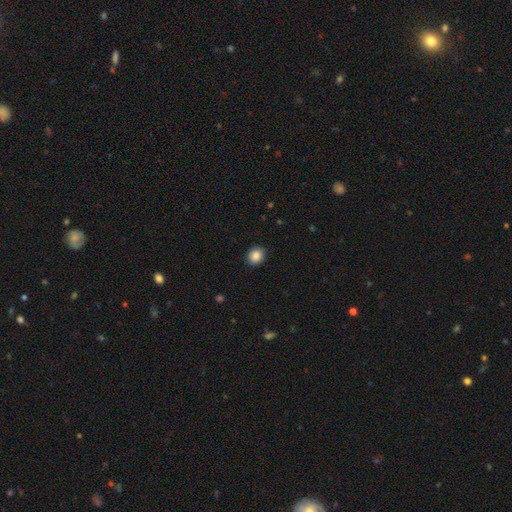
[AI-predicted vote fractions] A smooth galaxy with no disk features (86%) that is round (68%).

Vote fractions:
- Smooth or featured? smooth: 86% / star or artifact: 9% / featured or disk: 5%
- How rounded? round: 68% / in between: 31% / cigar-shaped: 1%
- Merging? none: 90% / minor disturbance: 7% / major disturbance: 2% / merger: 1%